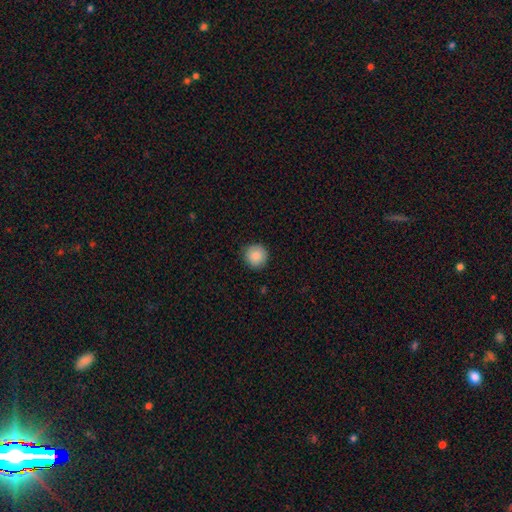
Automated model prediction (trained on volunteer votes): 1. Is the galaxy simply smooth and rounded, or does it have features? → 88% smooth, 8% star or artifact, 4% featured or disk.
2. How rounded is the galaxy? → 95% round, 4% in between, 1% cigar-shaped.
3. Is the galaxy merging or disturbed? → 90% none, 8% minor disturbance, 2% major disturbance, 1% merger.